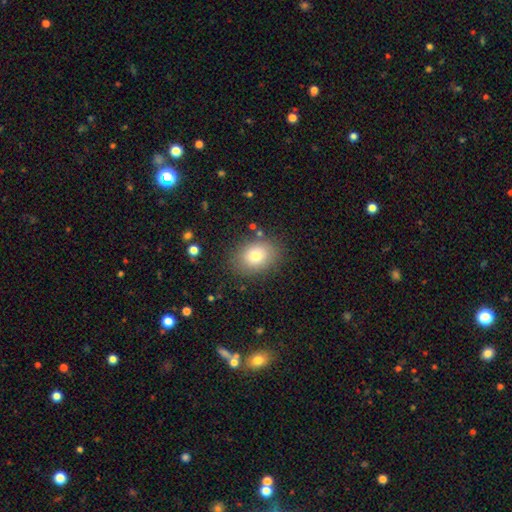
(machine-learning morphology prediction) A smooth galaxy with no disk features (77%) that is in between round and cigar-shaped (62%). Merging: none (83%).